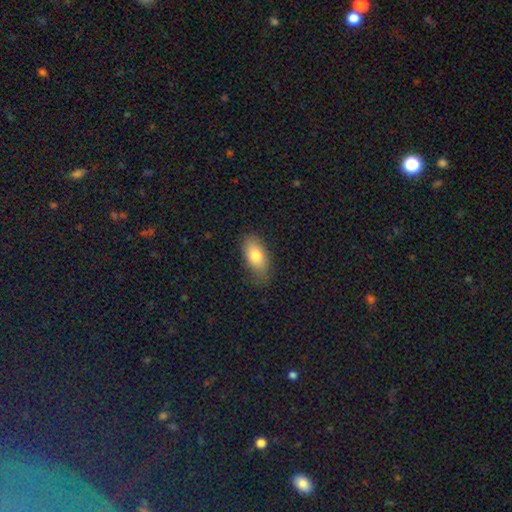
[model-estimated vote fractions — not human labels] Overall: smooth (79%). How rounded: in between (89%). Merging: none (78%).